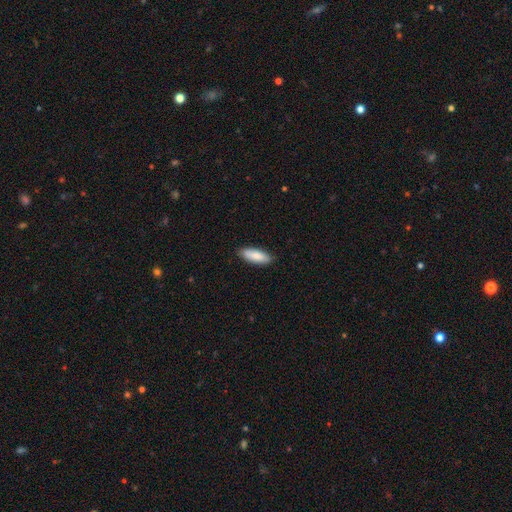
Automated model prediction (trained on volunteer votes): The model was most divided on "how rounded": in between: 67%, cigar-shaped: 31%, round: 2%. More confident: merging — none (88%); smooth or featured — smooth (85%).